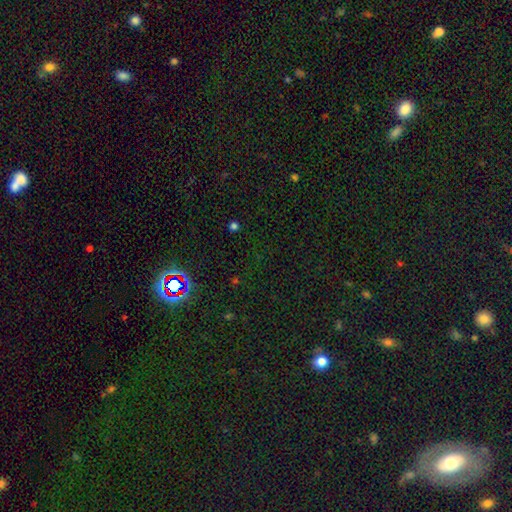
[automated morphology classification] Smooth or featured: star or artifact — 76% (smooth — 16%)